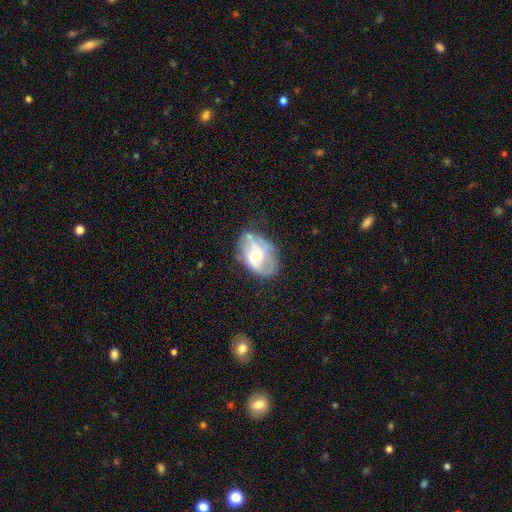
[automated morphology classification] smooth-or-featured: featured or disk: 61% | smooth: 32% | star or artifact: 7%
  disk-edge-on: no: 96% | yes: 4%
    bar: no: 48% | weak: 40% | strong: 12%
    has-spiral-arms: yes: 66% | no: 34%
    bulge-size: moderate: 57% | small: 33% | large: 7% | none: 2% | dominant: 1%
  merging: none: 50% | minor disturbance: 30% | major disturbance: 16% | merger: 4%